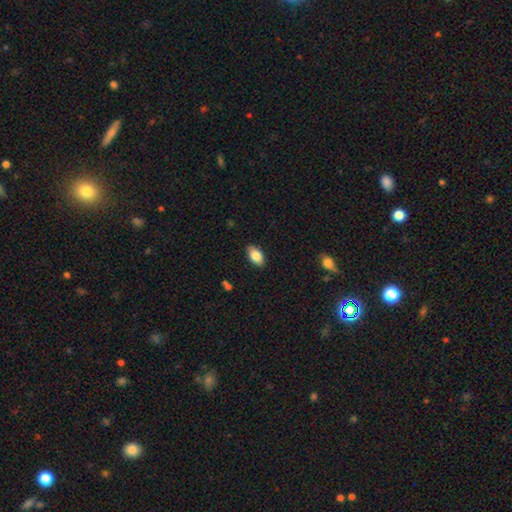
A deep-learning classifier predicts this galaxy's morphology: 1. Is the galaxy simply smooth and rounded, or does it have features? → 83% smooth, 10% featured or disk, 7% star or artifact.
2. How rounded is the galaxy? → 92% in between, 6% round, 3% cigar-shaped.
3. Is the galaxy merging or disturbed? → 87% none, 10% minor disturbance, 2% major disturbance, 1% merger.